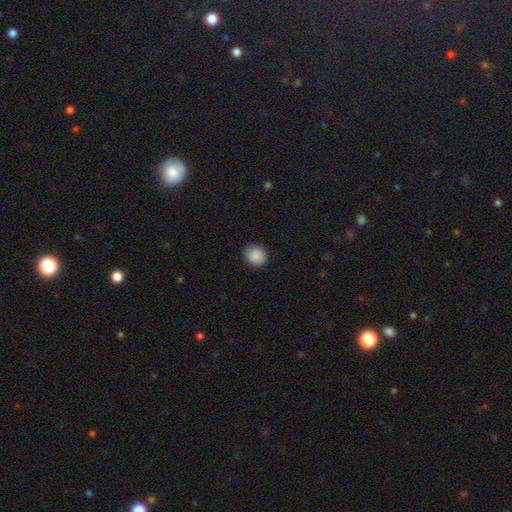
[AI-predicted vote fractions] The model was most divided on "how rounded": round: 75%, in between: 24%, cigar-shaped: 1%. More confident: smooth or featured — smooth (89%); merging — none (87%).